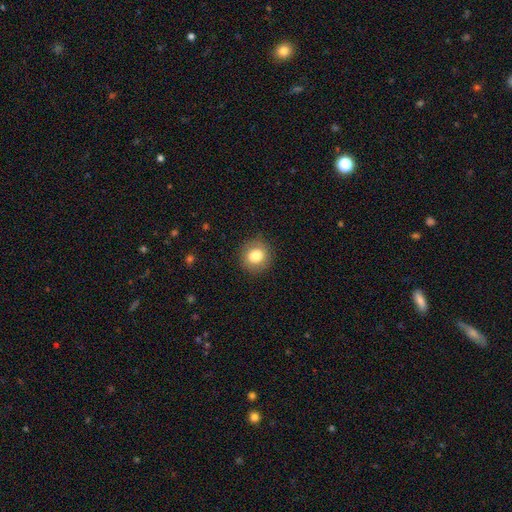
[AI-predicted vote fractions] Smooth or featured? smooth (81%)
How rounded? round (88%)
Merging? none (89%)